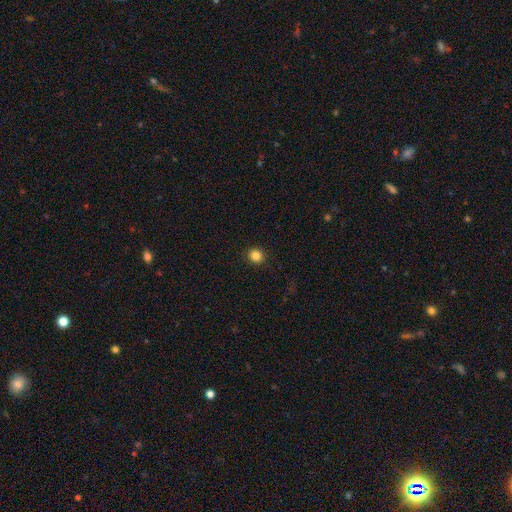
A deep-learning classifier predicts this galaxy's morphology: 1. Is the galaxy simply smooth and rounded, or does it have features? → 85% smooth, 12% star or artifact, 4% featured or disk.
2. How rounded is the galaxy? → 91% round, 8% in between, 1% cigar-shaped.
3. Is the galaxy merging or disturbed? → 92% none, 5% minor disturbance, 2% major disturbance, 1% merger.